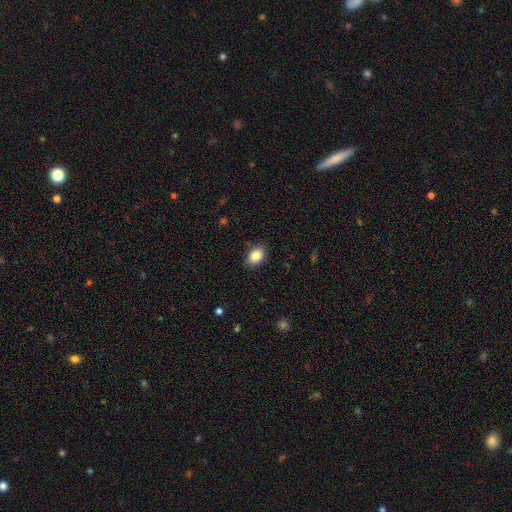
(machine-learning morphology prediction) smooth 87%, star or artifact 8%, featured or disk 5%. Down the decision tree: how rounded — in between (74%); merging — none (88%).